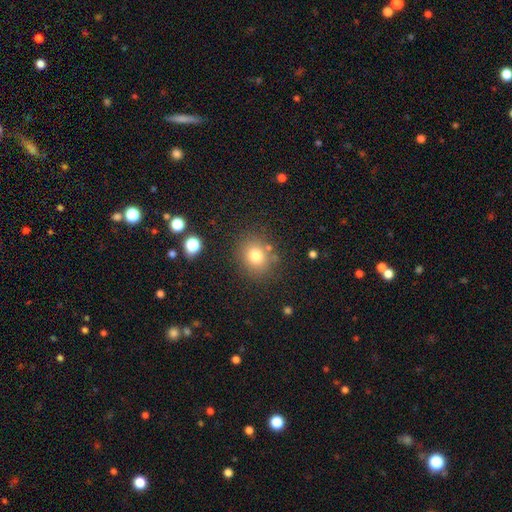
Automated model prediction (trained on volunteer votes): Overall: smooth (78%). How rounded: round (72%). Merging: none (80%).